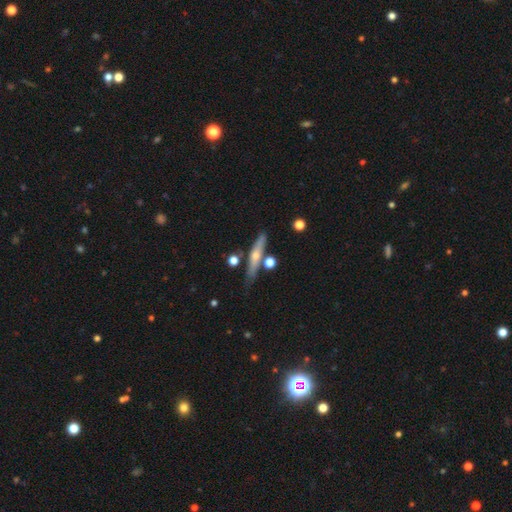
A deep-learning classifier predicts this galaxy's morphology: A featured or disk galaxy (53%) viewed edge-on (89%).

Vote fractions:
- Smooth or featured? featured or disk: 53% / smooth: 39% / star or artifact: 7%
- Edge-on disk? yes: 89% / no: 11%
- Merging? none: 74% / minor disturbance: 15% / merger: 8% / major disturbance: 4%